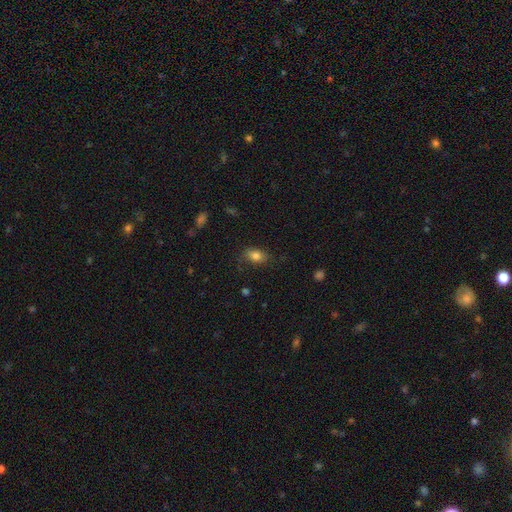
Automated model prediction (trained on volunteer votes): This appears to be a smooth galaxy with no disk features (82%) that is in between round and cigar-shaped (84%). Merging: none (72%).